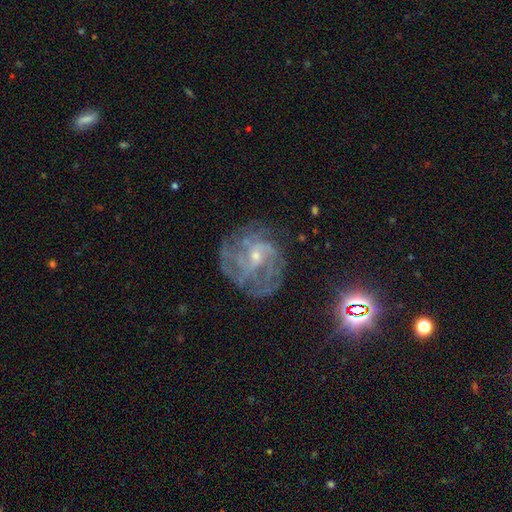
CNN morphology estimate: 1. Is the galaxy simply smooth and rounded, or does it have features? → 78% featured or disk, 13% star or artifact, 9% smooth.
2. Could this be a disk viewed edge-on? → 97% no, 3% yes.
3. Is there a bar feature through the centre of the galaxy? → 46% no, 45% weak, 10% strong.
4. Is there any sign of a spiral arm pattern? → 89% yes, 11% no.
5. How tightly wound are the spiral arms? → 49% tight, 39% medium, 13% loose.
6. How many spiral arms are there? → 39% can't tell, 18% 3, 16% 2, 14% 4, 7% more than 4, 6% 1.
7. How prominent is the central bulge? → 72% small, 21% moderate, 5% none, 1% large, 1% dominant.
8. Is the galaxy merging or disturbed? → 68% none, 18% minor disturbance, 13% major disturbance, 2% merger.